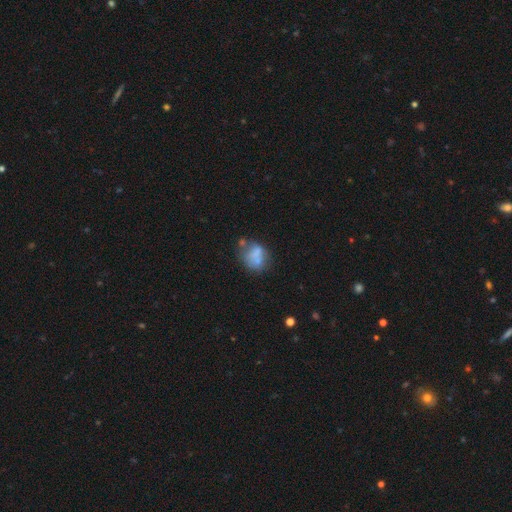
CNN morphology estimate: Smooth or featured?
  - smooth: 61% *
  - featured or disk: 29%
  - star or artifact: 11%
How rounded?
  - in between: 50% *
  - round: 48%
  - cigar-shaped: 2%
Merging?
  - none: 39% *
  - merger: 25%
  - minor disturbance: 22%
  - major disturbance: 14%